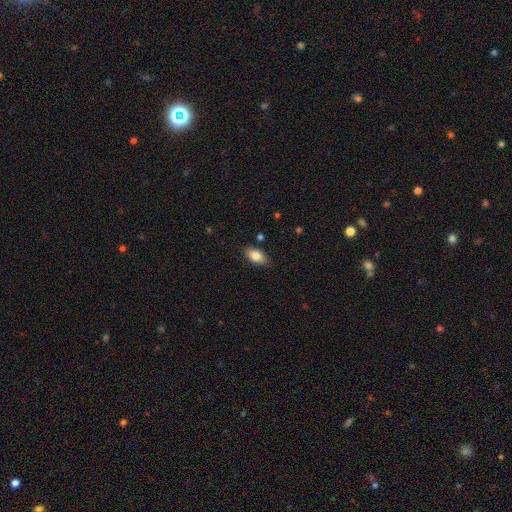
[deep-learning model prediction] A smooth galaxy with no disk features (84%) that is in between round and cigar-shaped (91%). Merging: none (84%).